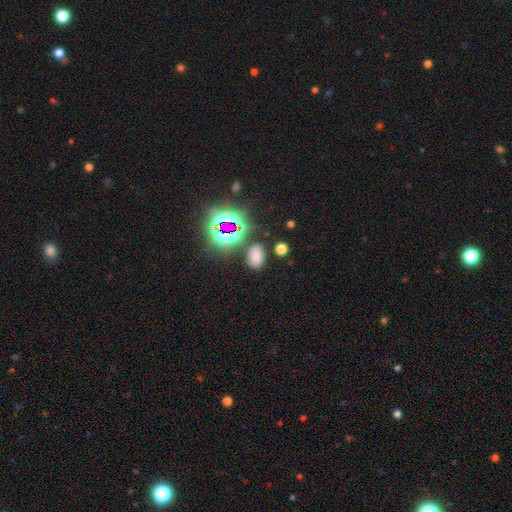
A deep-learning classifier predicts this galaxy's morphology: A smooth galaxy with no disk features (62%) that is in between round and cigar-shaped (87%). Merging: none (79%).